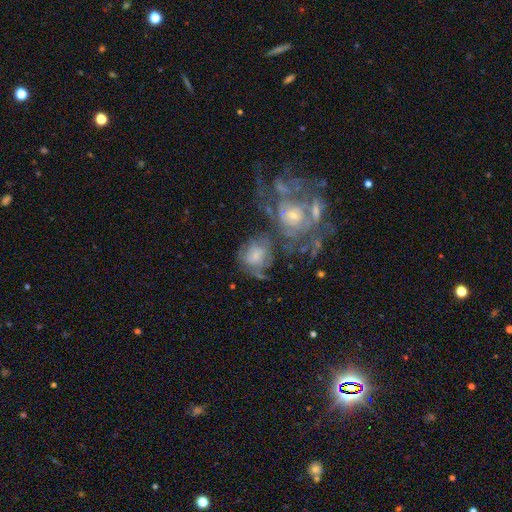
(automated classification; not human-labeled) This is possibly a featured or disk galaxy (51%). It is clearly not viewed edge-on (97%). Merging: marginally merger (40%).